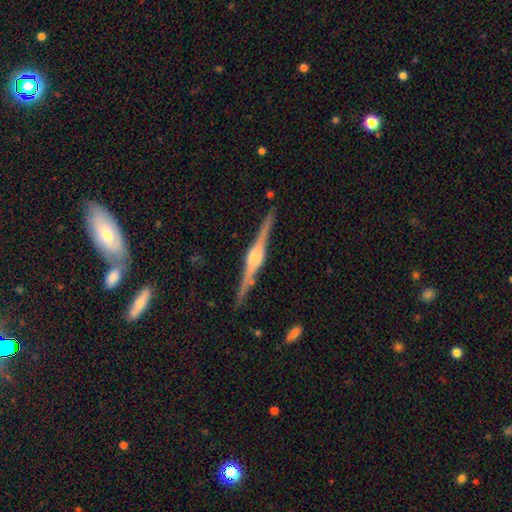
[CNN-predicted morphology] The model was most divided on "edge-on bulge": rounded: 75%, boxy: 21%, none: 3%. More confident: edge-on disk — yes (98%); merging — none (90%); smooth or featured — featured or disk (88%).